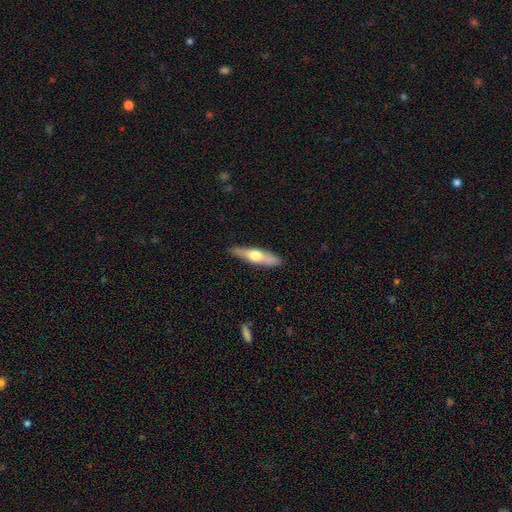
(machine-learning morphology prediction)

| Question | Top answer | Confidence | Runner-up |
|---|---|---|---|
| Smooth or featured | featured or disk | 48% | smooth (47%) |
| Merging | none | 85% | minor disturbance (11%) |